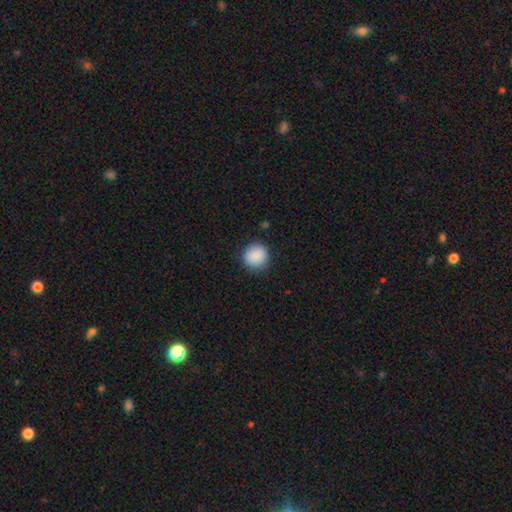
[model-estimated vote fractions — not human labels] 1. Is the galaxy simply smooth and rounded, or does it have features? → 89% smooth, 8% star or artifact, 3% featured or disk.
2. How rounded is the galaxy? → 90% round, 9% in between, 1% cigar-shaped.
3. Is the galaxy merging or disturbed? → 87% none, 9% minor disturbance, 3% major disturbance, 1% merger.